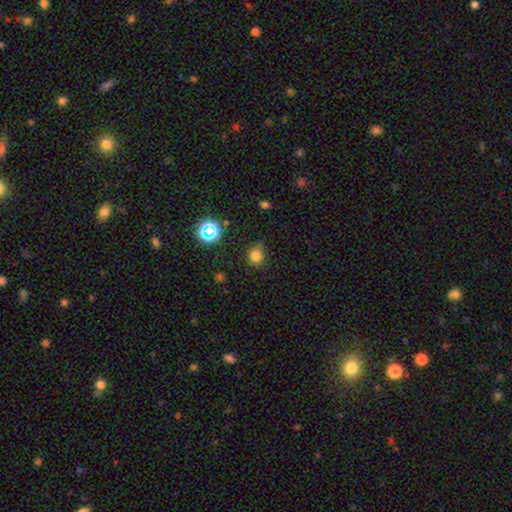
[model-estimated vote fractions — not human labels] The model was most divided on "merging": none: 71%, minor disturbance: 21%, major disturbance: 5%, merger: 2%. More confident: how rounded — round (80%); smooth or featured — smooth (77%).